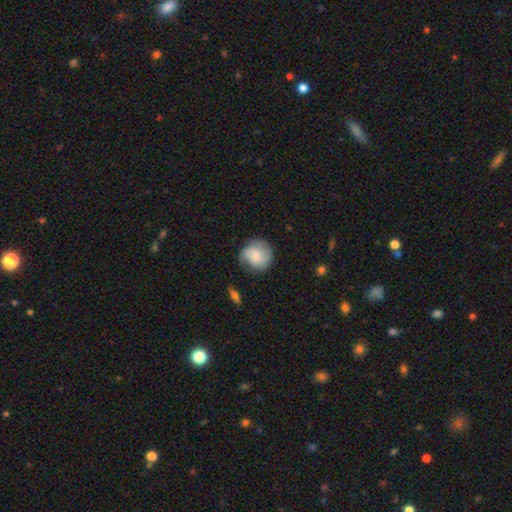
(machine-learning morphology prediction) Smooth or featured? smooth (47%)
Merging? none (65%)